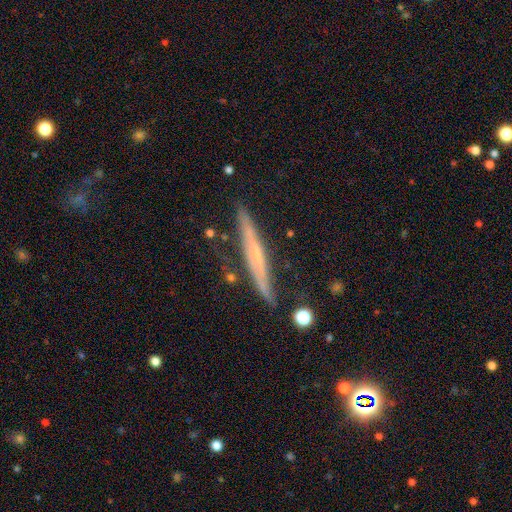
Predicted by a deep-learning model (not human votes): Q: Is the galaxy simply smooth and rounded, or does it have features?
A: featured or disk — 63%.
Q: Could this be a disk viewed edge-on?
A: yes — 93%.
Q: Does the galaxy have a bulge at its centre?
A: none — 62%.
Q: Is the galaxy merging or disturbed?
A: none — 79%.